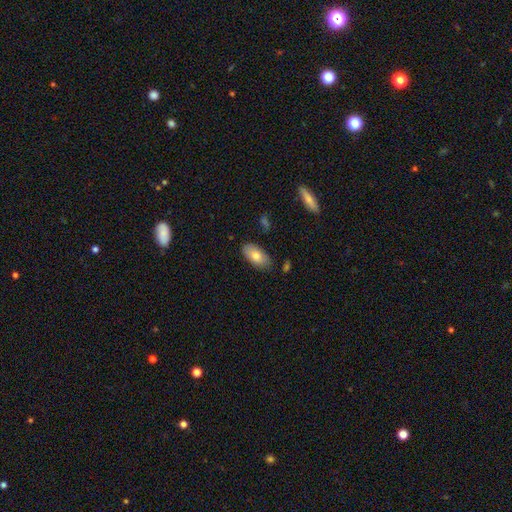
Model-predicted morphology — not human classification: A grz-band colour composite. It shows a smooth galaxy with no disk features (78%) that is in between round and cigar-shaped (93%). Merging: none (81%).